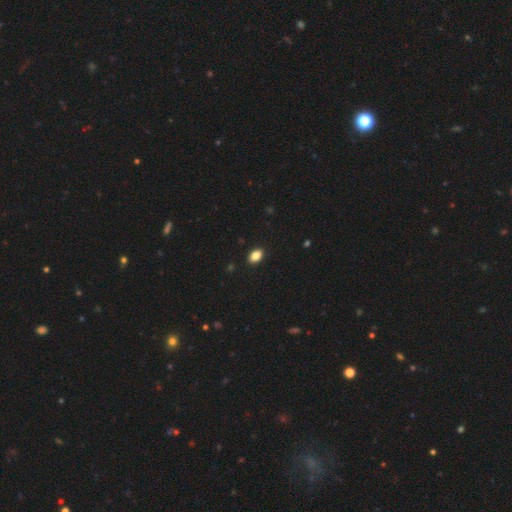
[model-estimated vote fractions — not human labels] The model was most divided on "how rounded": in between: 85%, round: 14%, cigar-shaped: 1%. More confident: merging — none (90%); smooth or featured — smooth (86%).